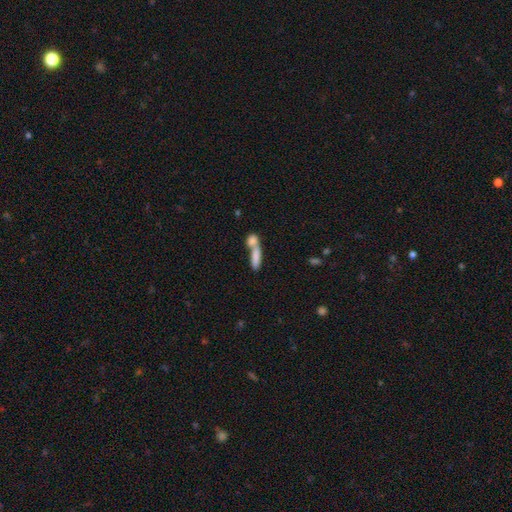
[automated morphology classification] This appears to be a smooth galaxy with no disk features (78%) that is cigar-shaped (57%). Merging: merger (59%).